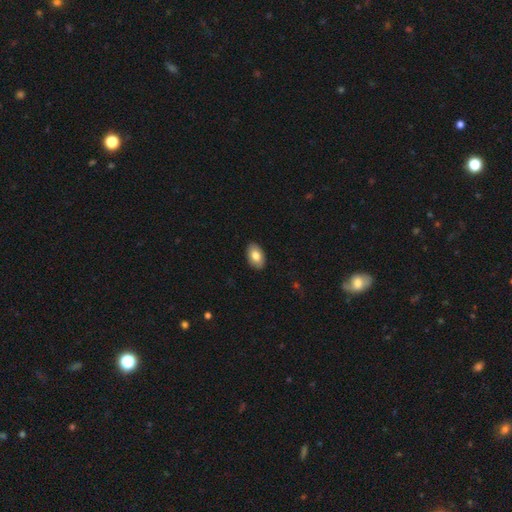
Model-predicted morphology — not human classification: This appears to be a smooth galaxy with no disk features (81%) that is in between round and cigar-shaped (91%). Merging: none (89%).